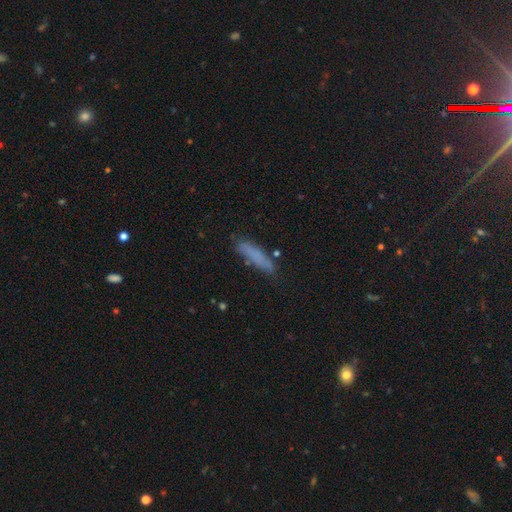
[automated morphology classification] The model was most divided on "merging": none: 74%, minor disturbance: 18%, major disturbance: 5%, merger: 3%. More confident: how rounded — cigar-shaped (83%); smooth or featured — smooth (75%).